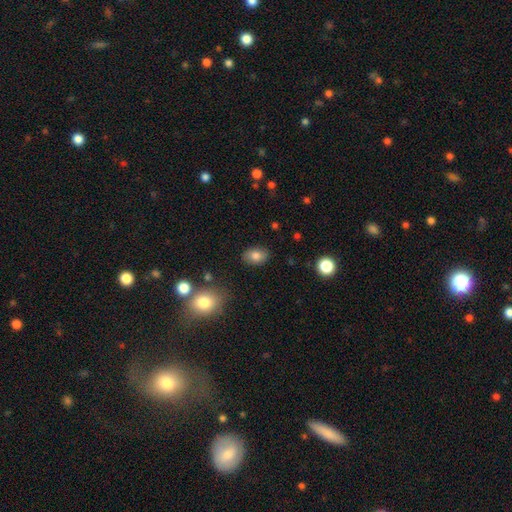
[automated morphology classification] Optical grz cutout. It shows a smooth galaxy with no disk features (81%) that is in between round and cigar-shaped (79%). Merging: none (85%).